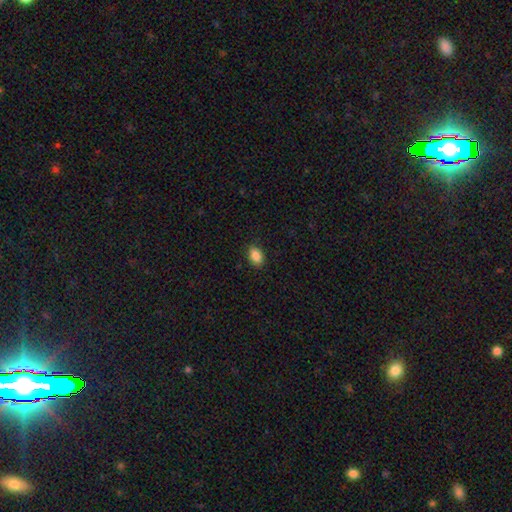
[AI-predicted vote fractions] smooth 88%, star or artifact 8%, featured or disk 4%. Down the decision tree: how rounded — in between (87%); merging — none (88%).